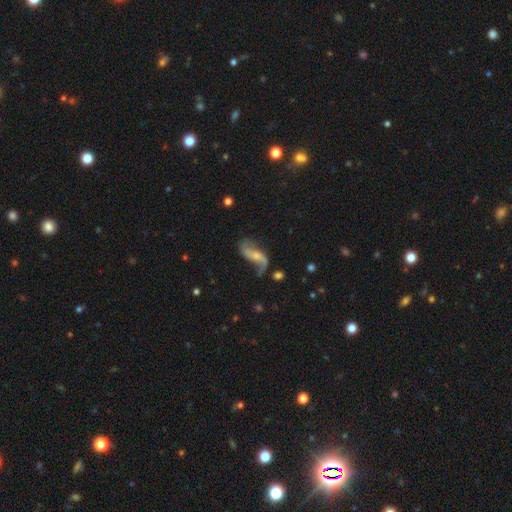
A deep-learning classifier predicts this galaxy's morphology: Smooth or featured?
  - featured or disk: 78% *
  - smooth: 16%
  - star or artifact: 7%
Edge-on disk?
  - no: 94% *
  - yes: 6%
Bar?
  - no: 50% *
  - weak: 36%
  - strong: 14%
Spiral arms?
  - yes: 92% *
  - no: 8%
Spiral winding?
  - loose: 82% *
  - medium: 14%
  - tight: 4%
Spiral arm count?
  - 2: 85% *
  - 1: 9%
  - can't tell: 3%
  - 3: 1%
  - 4: 1%
  - more than 4: 1%
Bulge size?
  - small: 47% *
  - moderate: 31%
  - none: 16%
  - large: 4%
  - dominant: 2%
Merging?
  - none: 50% *
  - minor disturbance: 22%
  - major disturbance: 22%
  - merger: 5%